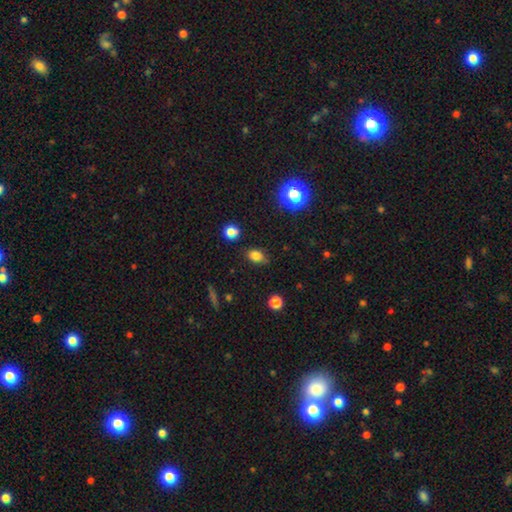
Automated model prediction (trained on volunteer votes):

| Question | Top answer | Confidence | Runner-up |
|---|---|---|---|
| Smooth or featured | smooth | 80% | star or artifact (13%) |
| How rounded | in between | 79% | round (19%) |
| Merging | none | 76% | minor disturbance (18%) |